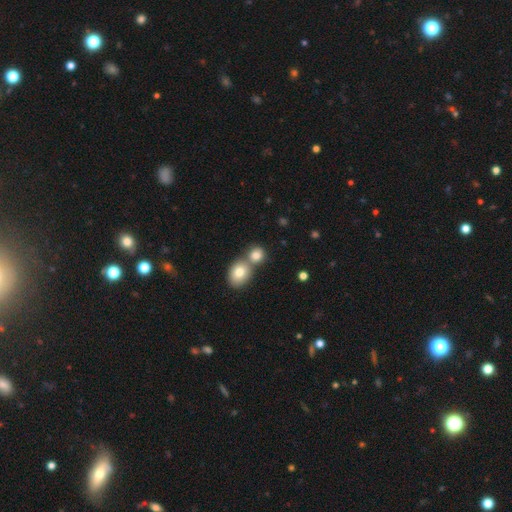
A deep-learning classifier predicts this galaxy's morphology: Overall: smooth (81%). How rounded: round (77%). Merging: merger (48%; none 43%).